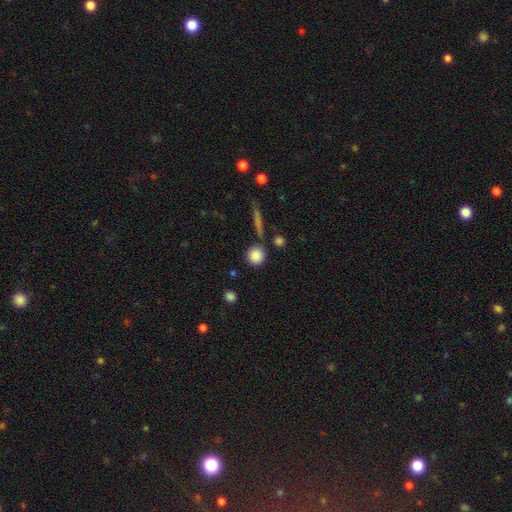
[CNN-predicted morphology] Smooth or featured? smooth (85%)
How rounded? round (91%)
Merging? none (82%)